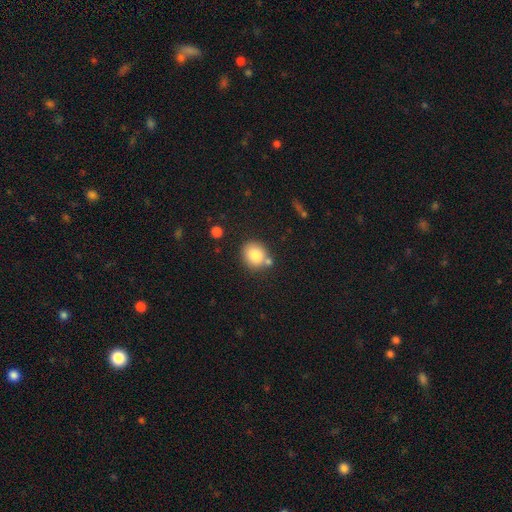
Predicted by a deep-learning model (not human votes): This appears to be a smooth galaxy with no disk features (83%) that is round (62%). Merging: none (68%).